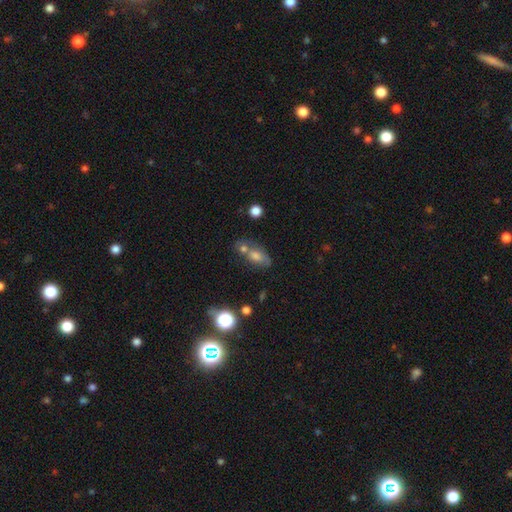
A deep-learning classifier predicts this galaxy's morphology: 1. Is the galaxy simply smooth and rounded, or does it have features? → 60% smooth, 24% featured or disk, 16% star or artifact.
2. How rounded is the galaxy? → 75% in between, 16% round, 9% cigar-shaped.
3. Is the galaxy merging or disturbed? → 40% none, 35% merger, 16% minor disturbance, 9% major disturbance.